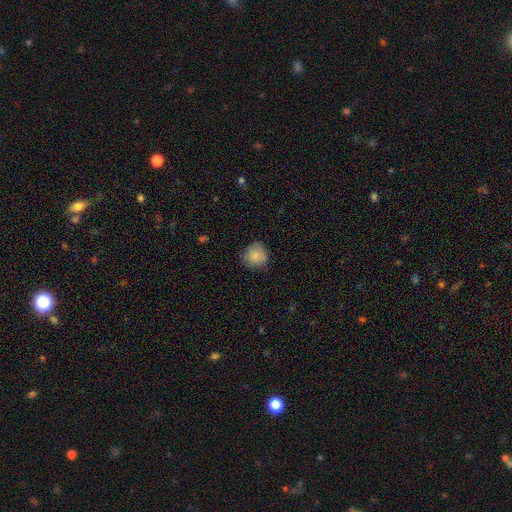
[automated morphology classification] The model was most divided on "merging": none: 73%, minor disturbance: 21%, major disturbance: 5%, merger: 1%. More confident: how rounded — round (86%); smooth or featured — smooth (85%).